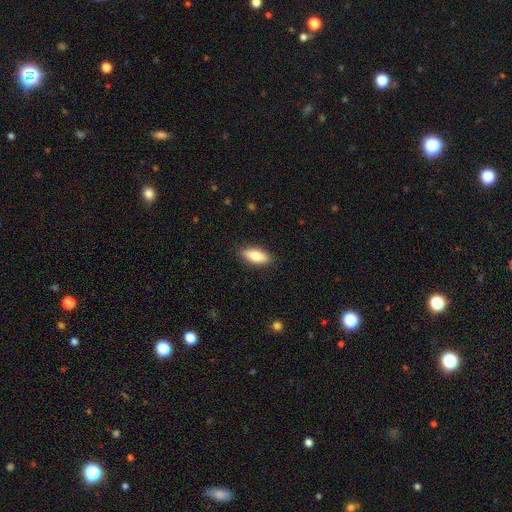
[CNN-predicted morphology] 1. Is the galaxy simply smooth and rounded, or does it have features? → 79% smooth, 14% featured or disk, 6% star or artifact.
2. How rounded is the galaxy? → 76% in between, 22% cigar-shaped, 2% round.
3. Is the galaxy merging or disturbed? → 88% none, 9% minor disturbance, 2% major disturbance, 1% merger.